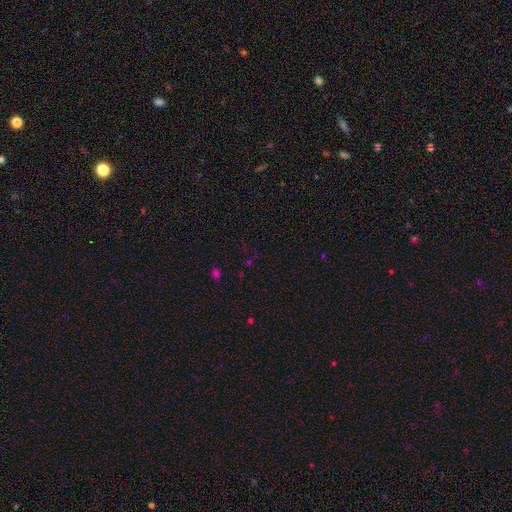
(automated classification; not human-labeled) This appears to be a star or artifact, not a galaxy (62%).